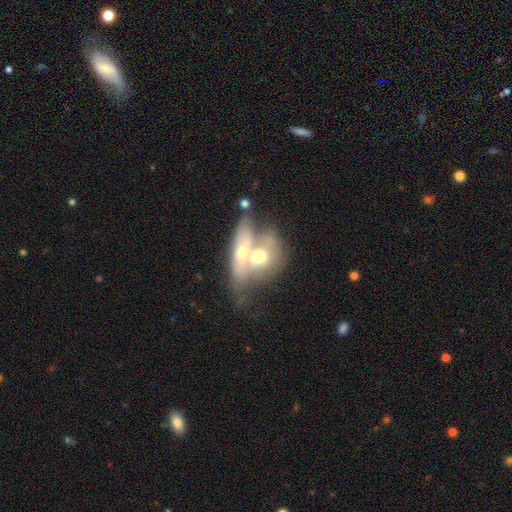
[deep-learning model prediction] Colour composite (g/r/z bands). It shows a featured or disk galaxy (49%). Merging: merger (75%).